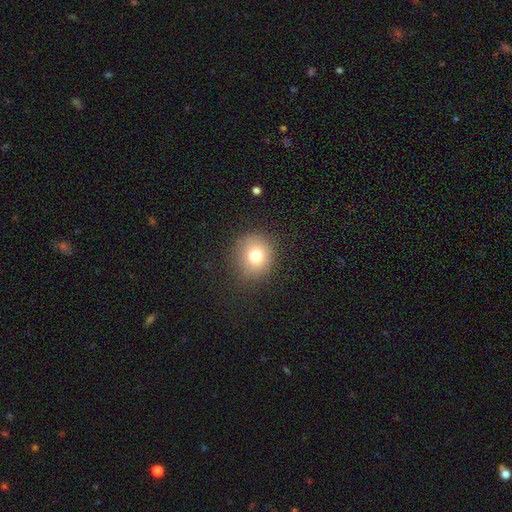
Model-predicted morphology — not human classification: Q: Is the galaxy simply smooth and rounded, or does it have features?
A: smooth — 76%.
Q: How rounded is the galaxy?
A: round — 83%.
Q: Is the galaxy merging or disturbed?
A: none — 84%.